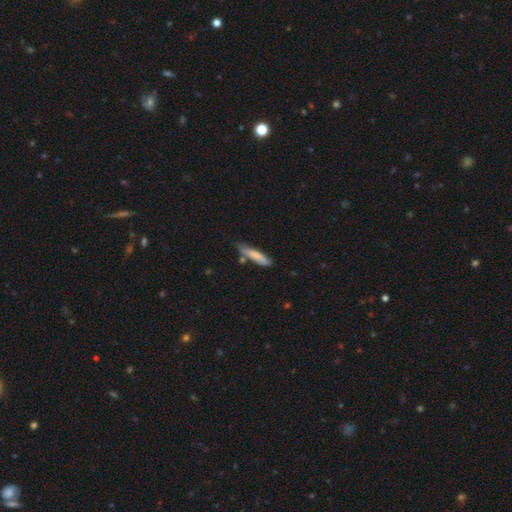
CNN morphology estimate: A smooth galaxy with no disk features (77%) that is cigar-shaped (81%).

Vote fractions:
- Smooth or featured? smooth: 77% / featured or disk: 17% / star or artifact: 6%
- How rounded? cigar-shaped: 81% / in between: 18% / round: 1%
- Merging? none: 63% / minor disturbance: 25% / merger: 8% / major disturbance: 5%